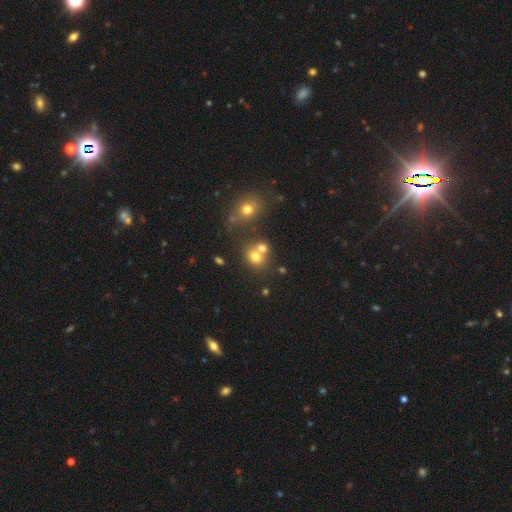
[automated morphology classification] A smooth galaxy with no disk features (71%) that is round (68%). Merging: merger (44%).